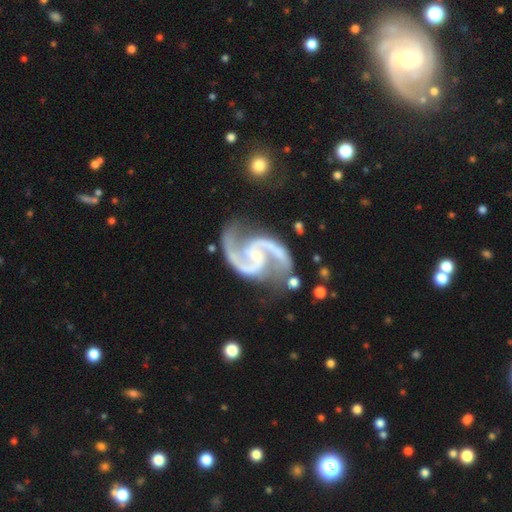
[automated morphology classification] A featured or disk galaxy (95%) with no bar (43%), 2 (95%) medium (66%) spiral arms (99%) and a small central bulge (61%). Merging: none (69%).